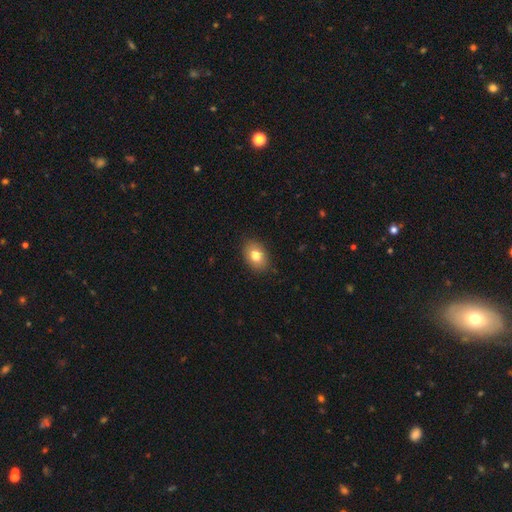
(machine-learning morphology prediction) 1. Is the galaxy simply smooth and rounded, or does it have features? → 79% smooth, 12% featured or disk, 9% star or artifact.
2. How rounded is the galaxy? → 76% in between, 23% round, 1% cigar-shaped.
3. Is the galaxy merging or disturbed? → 85% none, 11% minor disturbance, 2% major disturbance, 1% merger.